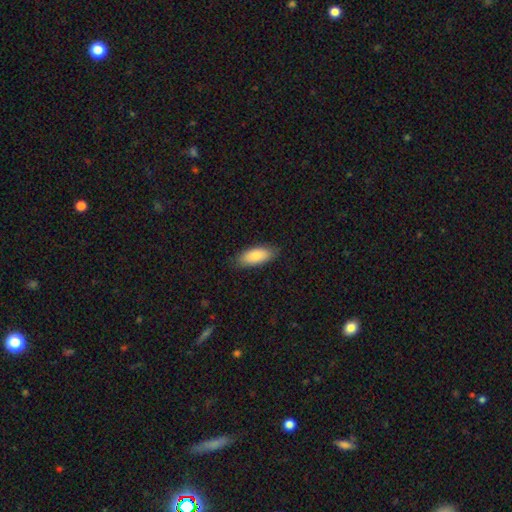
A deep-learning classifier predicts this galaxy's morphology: smooth-or-featured: smooth: 85% | featured or disk: 9% | star or artifact: 6%
  how-rounded: in between: 85% | cigar-shaped: 13% | round: 2%
  merging: none: 85% | minor disturbance: 12% | major disturbance: 2% | merger: 1%